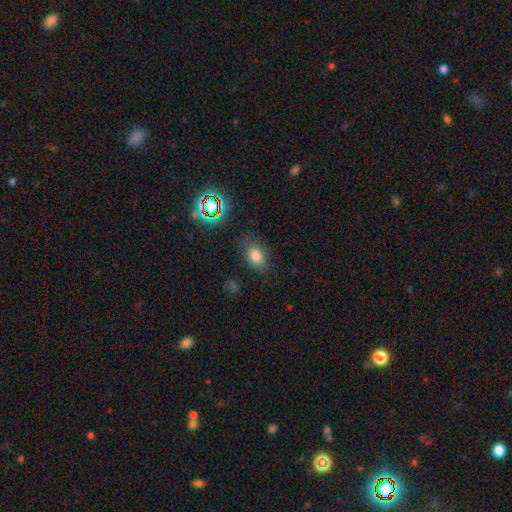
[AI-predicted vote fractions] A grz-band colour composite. It shows a smooth galaxy with no disk features (76%) that is in between round and cigar-shaped (76%). Merging: none (78%).